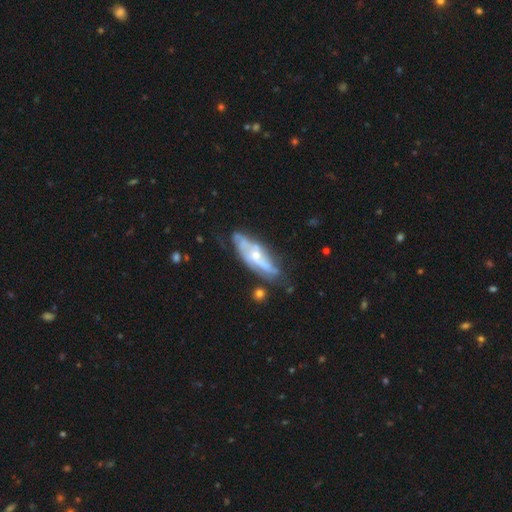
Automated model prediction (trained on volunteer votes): Smooth or featured? Predicted: featured or disk (p=0.68). Edge-on disk? Predicted: no (p=0.69). Merging? Predicted: none (p=0.55).